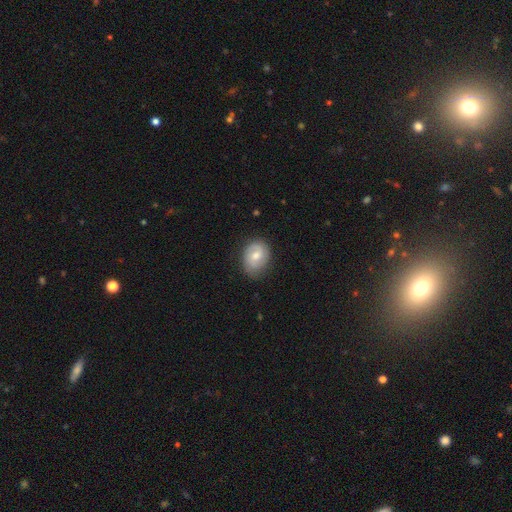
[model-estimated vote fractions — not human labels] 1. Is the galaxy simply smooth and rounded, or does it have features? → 48% featured or disk, 45% smooth, 7% star or artifact.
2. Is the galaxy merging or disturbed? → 75% none, 20% minor disturbance, 5% major disturbance, 1% merger.